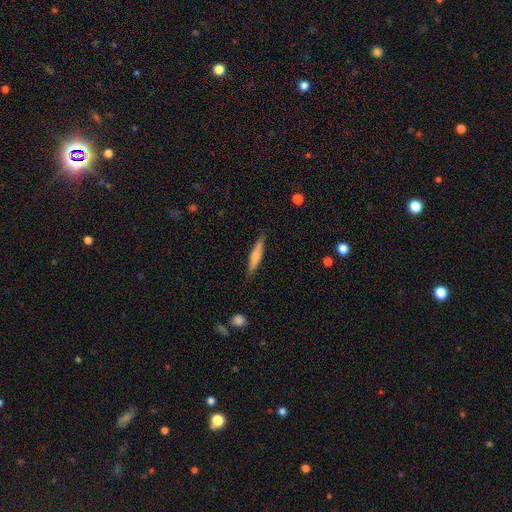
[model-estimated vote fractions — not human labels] Smooth or featured: smooth — 61% (featured or disk — 33%)
How rounded: cigar-shaped — 89% (in between — 9%)
Merging: none — 86% (minor disturbance — 10%)